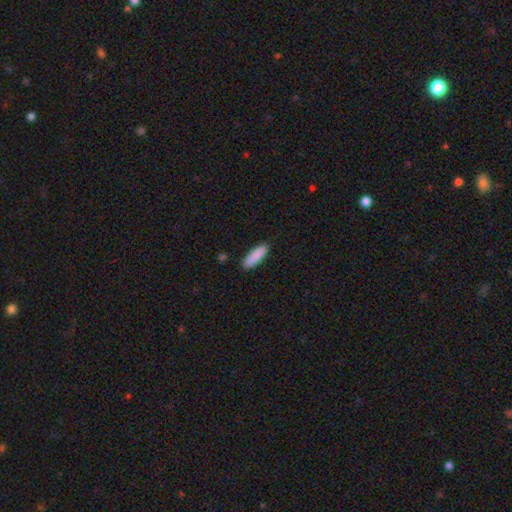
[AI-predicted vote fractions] Smooth or featured? Predicted: smooth (p=0.89). How rounded? Predicted: in between (p=0.57). Merging? Predicted: none (p=0.86).